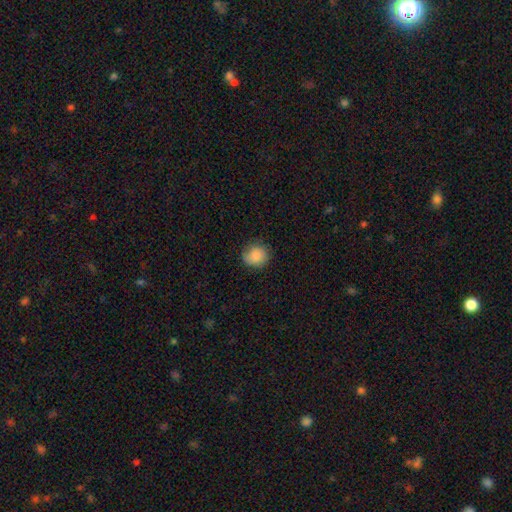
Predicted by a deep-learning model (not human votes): The model was most divided on "merging": none: 81%, minor disturbance: 15%, major disturbance: 3%, merger: 1%. More confident: how rounded — round (86%); smooth or featured — smooth (86%).